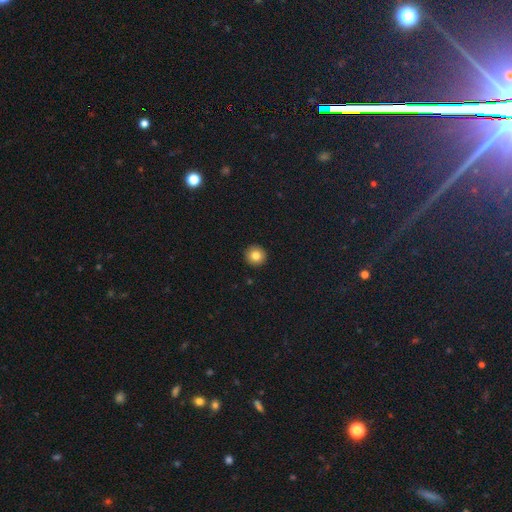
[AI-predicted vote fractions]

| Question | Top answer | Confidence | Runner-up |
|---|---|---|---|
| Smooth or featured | smooth | 82% | star or artifact (10%) |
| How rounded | round | 95% | in between (4%) |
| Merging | none | 93% | minor disturbance (4%) |